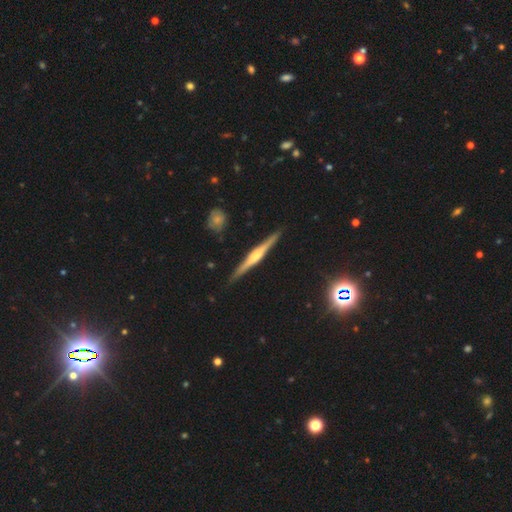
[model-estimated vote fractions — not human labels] This appears to be a featured or disk galaxy (76%) viewed edge-on (98%) with a rounded central bulge (77%). Merging: none (91%).